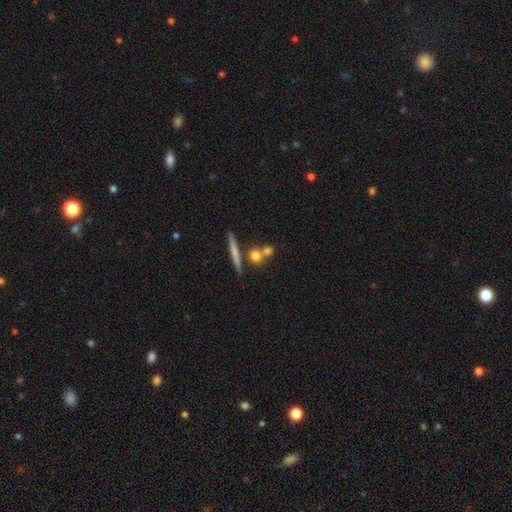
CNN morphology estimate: Smooth or featured: smooth — 71% (featured or disk — 19%)
How rounded: round — 65% (cigar-shaped — 21%)
Merging: none — 60% (merger — 28%)